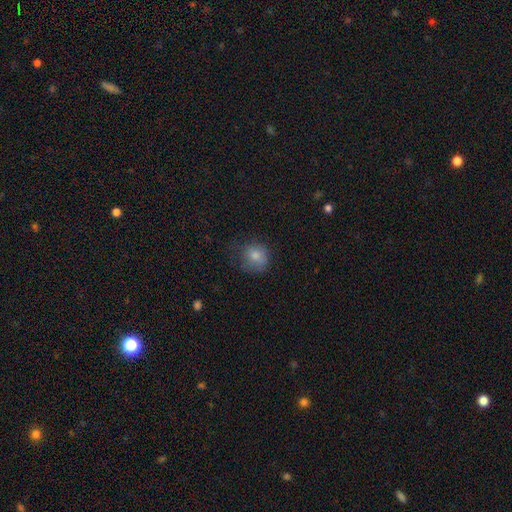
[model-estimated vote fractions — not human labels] This appears to be a smooth galaxy with no disk features (79%) that is round (74%). Merging: none (55%).